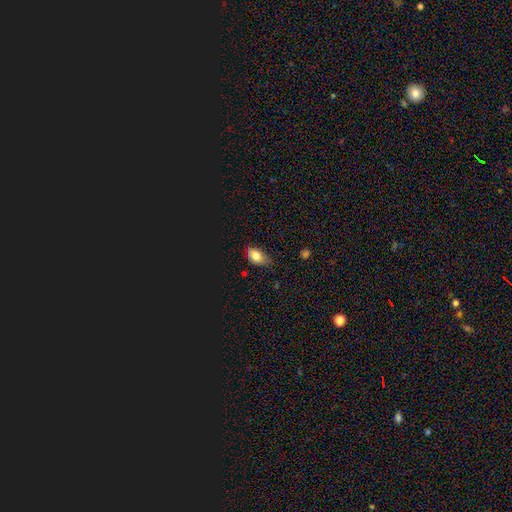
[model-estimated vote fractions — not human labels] Overall: smooth (78%). How rounded: in between (84%). Merging: none (60%; minor disturbance 32%).